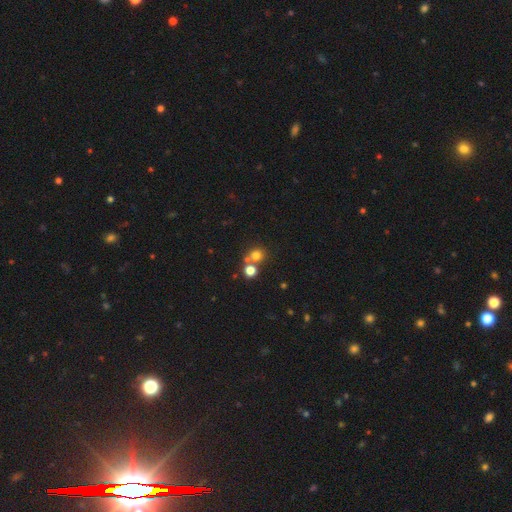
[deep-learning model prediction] smooth 75%, star or artifact 17%, featured or disk 8%. Down the decision tree: how rounded — round (88%); merging — none (59%).